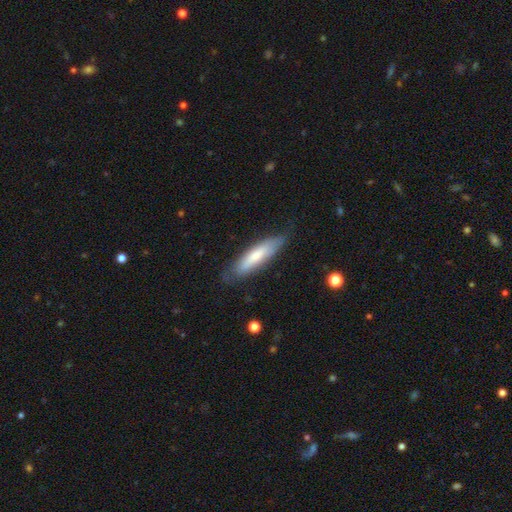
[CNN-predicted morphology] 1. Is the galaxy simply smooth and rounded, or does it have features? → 62% smooth, 32% featured or disk, 6% star or artifact.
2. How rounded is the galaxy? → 72% cigar-shaped, 26% in between, 1% round.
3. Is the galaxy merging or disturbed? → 76% none, 19% minor disturbance, 4% major disturbance, 1% merger.